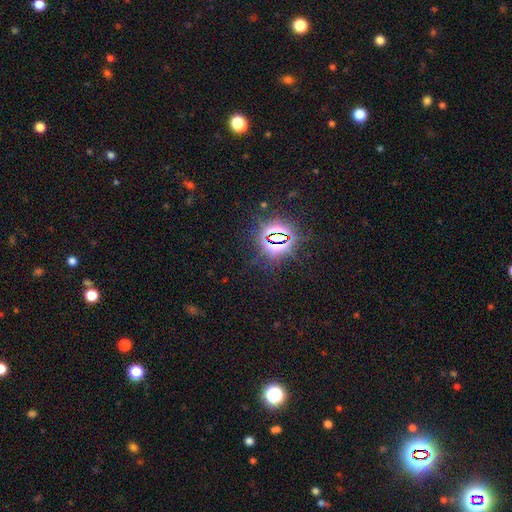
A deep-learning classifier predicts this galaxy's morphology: Smooth or featured? star or artifact (76%)